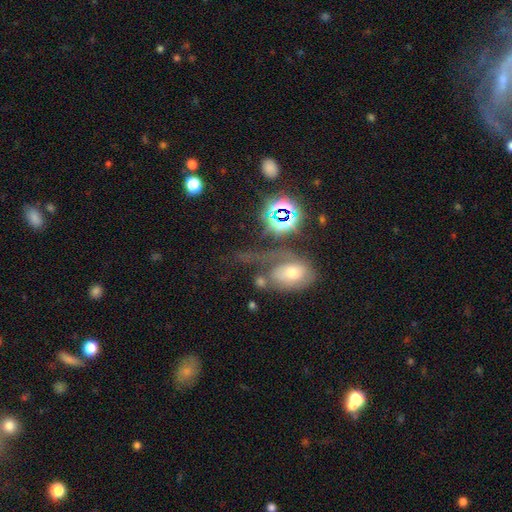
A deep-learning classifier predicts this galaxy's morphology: smooth_or_featured: star or artifact (p=0.40) [alt: smooth p=0.30]